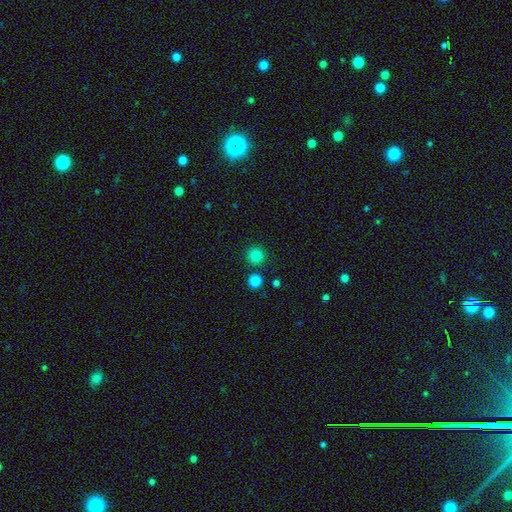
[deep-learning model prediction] This appears to be a smooth galaxy with no disk features (83%) that is round (94%). Merging: none (88%).